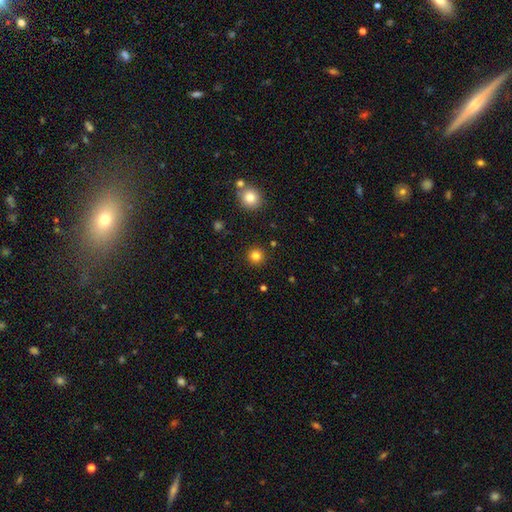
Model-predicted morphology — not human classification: smooth-or-featured: smooth: 82% | star or artifact: 12% | featured or disk: 6%
  how-rounded: round: 95% | in between: 4% | cigar-shaped: 1%
  merging: none: 91% | minor disturbance: 5% | major disturbance: 2% | merger: 2%